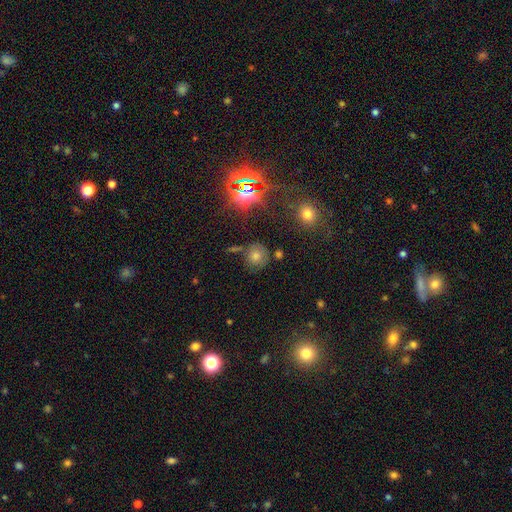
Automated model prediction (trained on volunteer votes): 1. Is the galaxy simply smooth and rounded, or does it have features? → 54% smooth, 33% star or artifact, 13% featured or disk.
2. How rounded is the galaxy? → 84% round, 14% in between, 1% cigar-shaped.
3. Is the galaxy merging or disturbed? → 75% none, 12% minor disturbance, 9% merger, 5% major disturbance.